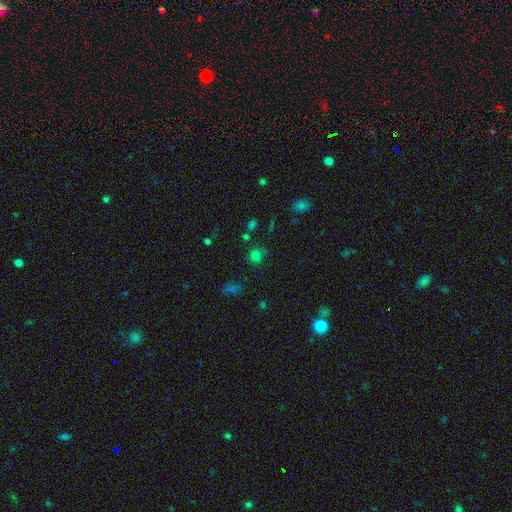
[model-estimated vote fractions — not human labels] Smooth or featured: smooth — 74% (star or artifact — 20%)
How rounded: round — 85% (in between — 14%)
Merging: none — 76% (minor disturbance — 13%)